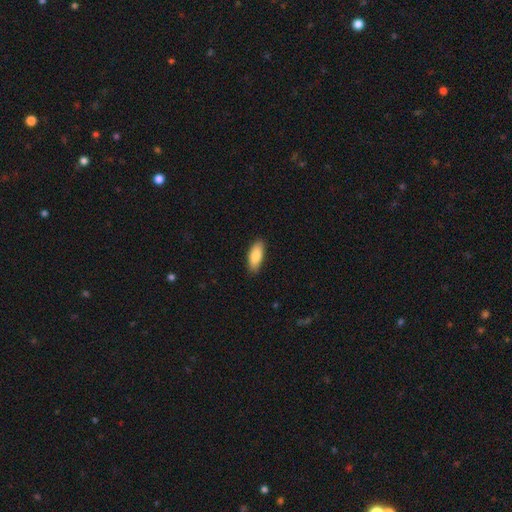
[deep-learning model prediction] This appears to be a smooth galaxy with no disk features (87%) that is in between round and cigar-shaped (79%). Merging: none (84%).